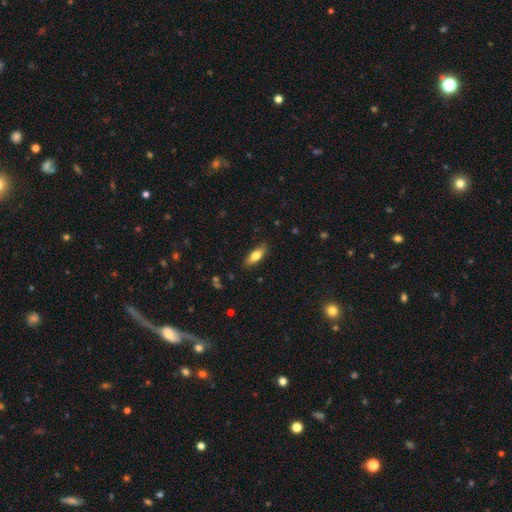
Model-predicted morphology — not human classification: smooth_or_featured: smooth (p=0.74) [alt: featured or disk p=0.20]
how_rounded: in between (p=0.66) [alt: cigar-shaped p=0.32]
merging: none (p=0.84) [alt: minor disturbance p=0.13]